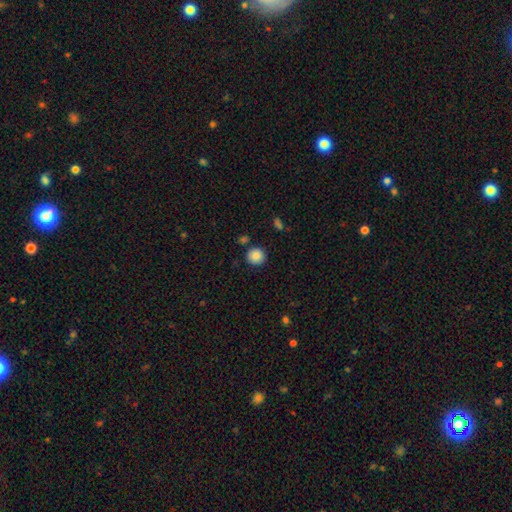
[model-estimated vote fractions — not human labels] Smooth or featured? Predicted: smooth (p=0.87). How rounded? Predicted: round (p=0.89). Merging? Predicted: none (p=0.85).